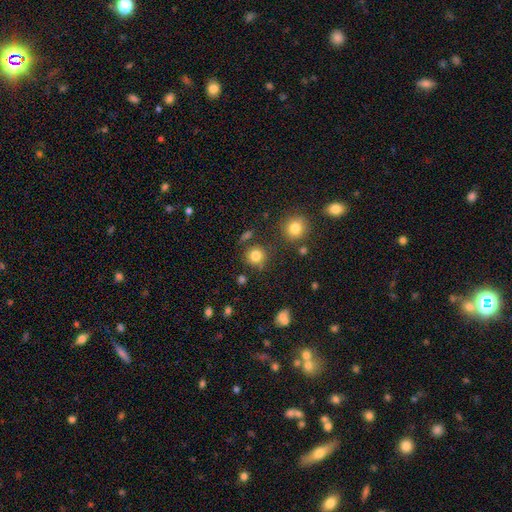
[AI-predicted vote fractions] This is clearly a smooth galaxy (81%). How rounded: clearly round (90%). Merging: clearly none (80%).